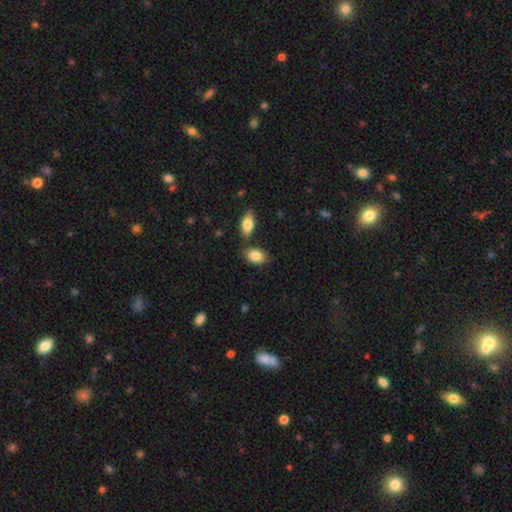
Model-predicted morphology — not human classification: Smooth or featured?
  - smooth: 85% *
  - featured or disk: 8%
  - star or artifact: 7%
How rounded?
  - in between: 90% *
  - round: 9%
  - cigar-shaped: 2%
Merging?
  - none: 71% *
  - merger: 15%
  - minor disturbance: 11%
  - major disturbance: 3%